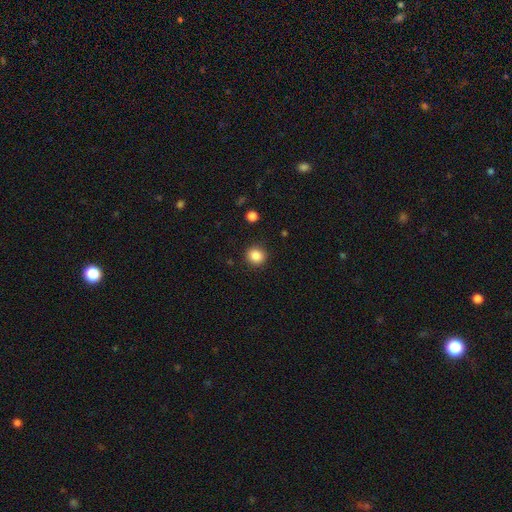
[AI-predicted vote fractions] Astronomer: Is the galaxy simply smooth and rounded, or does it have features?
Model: smooth — 86%.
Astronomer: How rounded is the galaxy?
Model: round — 87%.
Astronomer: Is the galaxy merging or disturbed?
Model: none — 90%.